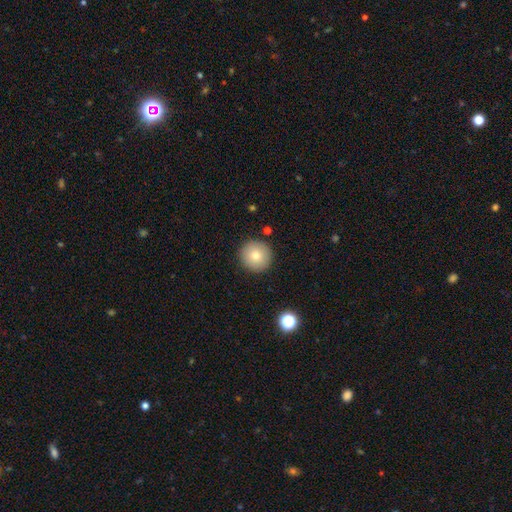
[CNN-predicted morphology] A smooth galaxy with no disk features (80%) that is round (96%). Merging: none (90%).